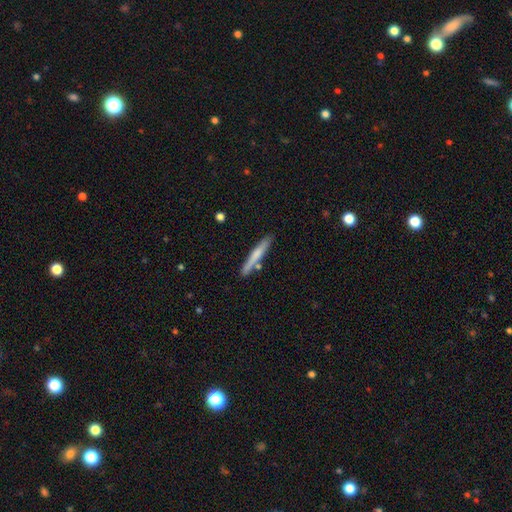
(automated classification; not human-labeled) Overall: smooth (61%; featured or disk 33%). How rounded: cigar-shaped (95%). Merging: none (80%).